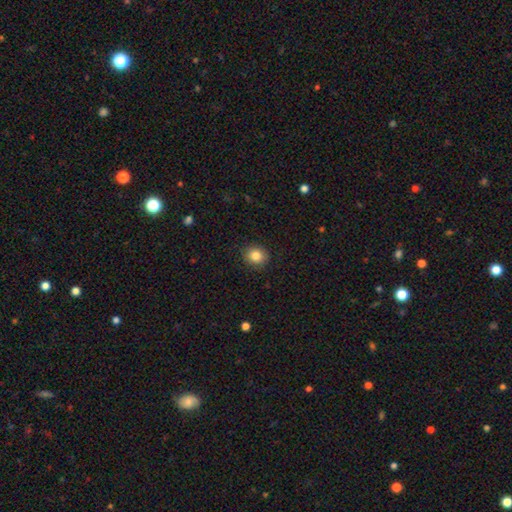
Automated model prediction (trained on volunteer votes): Smooth or featured: smooth — 84% (star or artifact — 10%)
How rounded: round — 77% (in between — 22%)
Merging: none — 89% (minor disturbance — 8%)